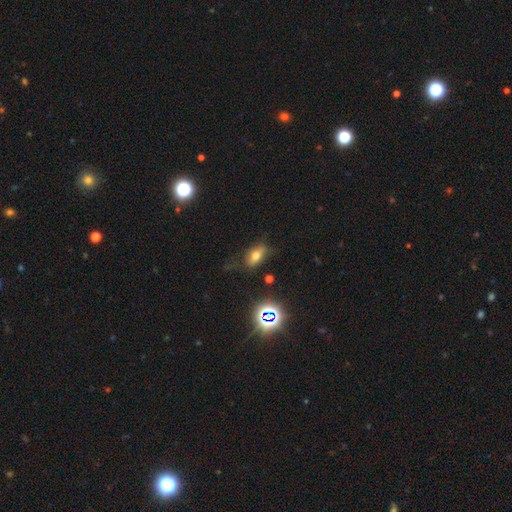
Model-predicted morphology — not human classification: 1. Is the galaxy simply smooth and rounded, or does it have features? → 62% smooth, 20% featured or disk, 19% star or artifact.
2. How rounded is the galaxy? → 84% in between, 9% round, 8% cigar-shaped.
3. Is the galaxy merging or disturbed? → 67% none, 22% minor disturbance, 9% major disturbance, 2% merger.